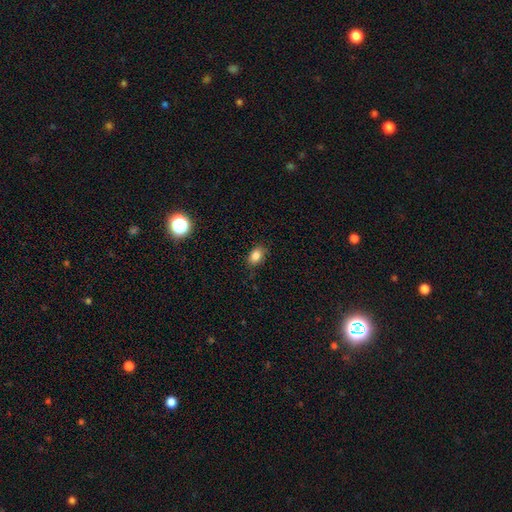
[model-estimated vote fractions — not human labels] Q: Smooth or featured?
A: smooth (84%); runner-up: star or artifact (10%)
Q: How rounded?
A: in between (75%); runner-up: round (24%)
Q: Merging?
A: none (81%); runner-up: minor disturbance (15%)